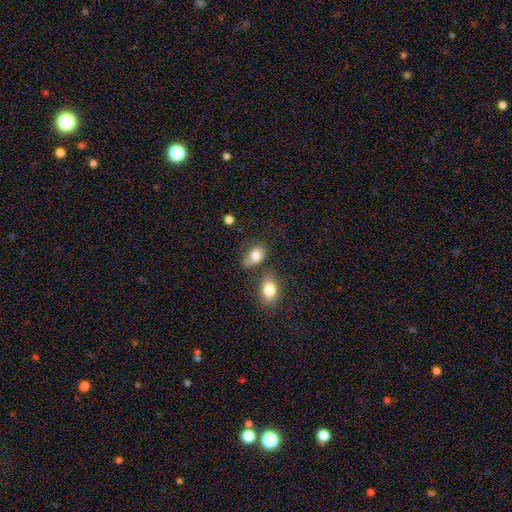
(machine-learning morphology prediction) This appears to be a smooth galaxy with no disk features (82%) that is in between round and cigar-shaped (85%). Merging: none (49%).